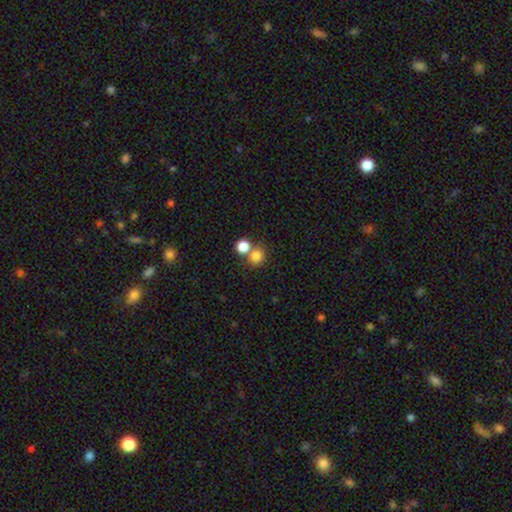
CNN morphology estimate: Overall: smooth (80%). How rounded: round (81%). Merging: none (54%; merger 36%).